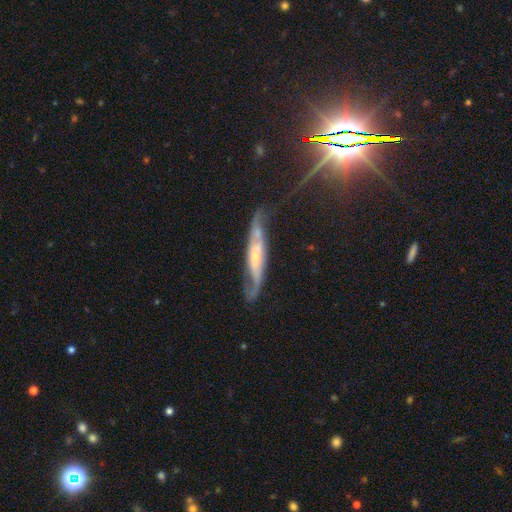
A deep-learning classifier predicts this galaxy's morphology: Smooth or featured? featured or disk (76%)
Edge-on disk? no (61%)
Merging? none (66%)